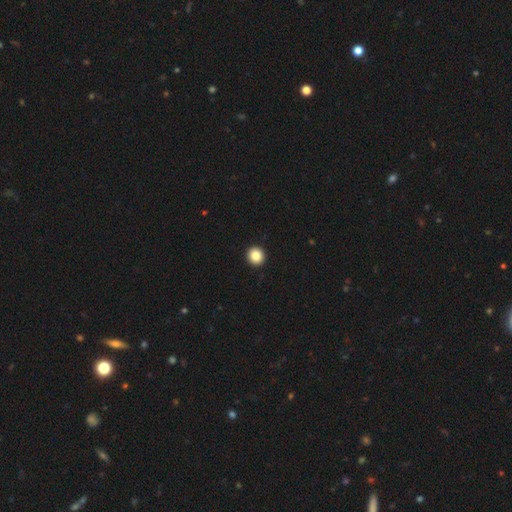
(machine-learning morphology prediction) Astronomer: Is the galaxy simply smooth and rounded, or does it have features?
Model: smooth — 86%.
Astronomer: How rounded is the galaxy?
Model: round — 92%.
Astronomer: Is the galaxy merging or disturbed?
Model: none — 94%.